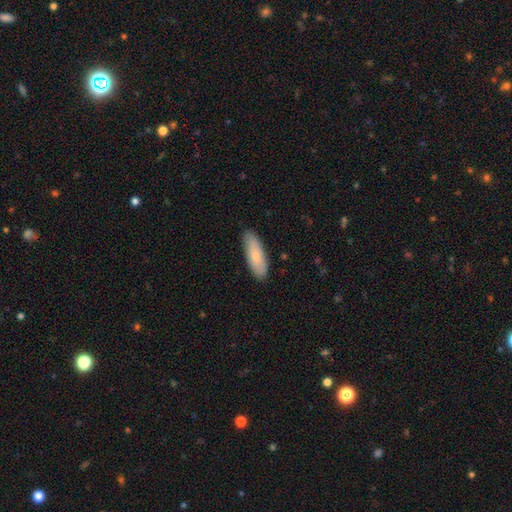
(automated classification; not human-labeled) Smooth or featured?
  - smooth: 79% *
  - featured or disk: 15%
  - star or artifact: 5%
How rounded?
  - in between: 60% *
  - cigar-shaped: 38%
  - round: 2%
Merging?
  - none: 87% *
  - minor disturbance: 10%
  - major disturbance: 2%
  - merger: 1%